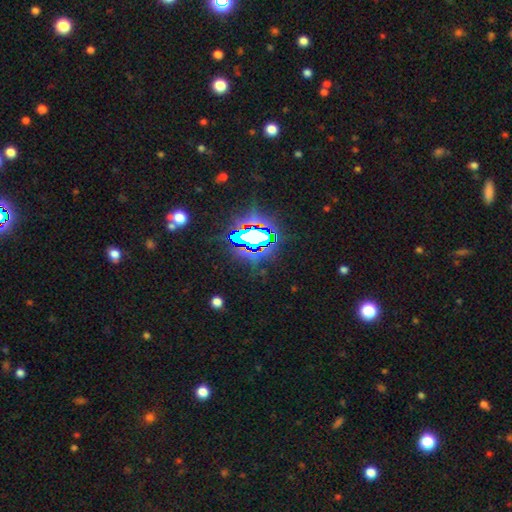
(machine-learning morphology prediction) Smooth or featured?
  - star or artifact: 81% *
  - smooth: 10%
  - featured or disk: 8%